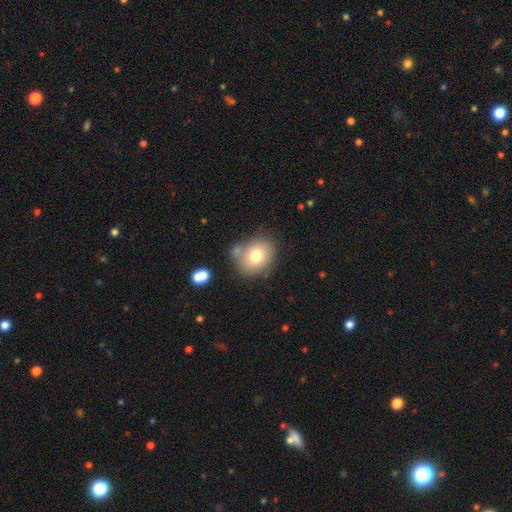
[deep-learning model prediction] This appears to be a smooth galaxy with no disk features (74%) that is round (60%). Merging: none (66%).